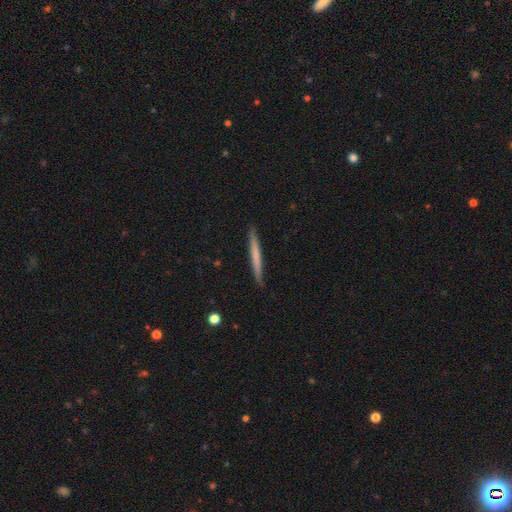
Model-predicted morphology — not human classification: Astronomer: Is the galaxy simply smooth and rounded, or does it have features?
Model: smooth — 60%.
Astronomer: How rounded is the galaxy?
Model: cigar-shaped — 97%.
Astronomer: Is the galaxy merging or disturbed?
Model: none — 90%.